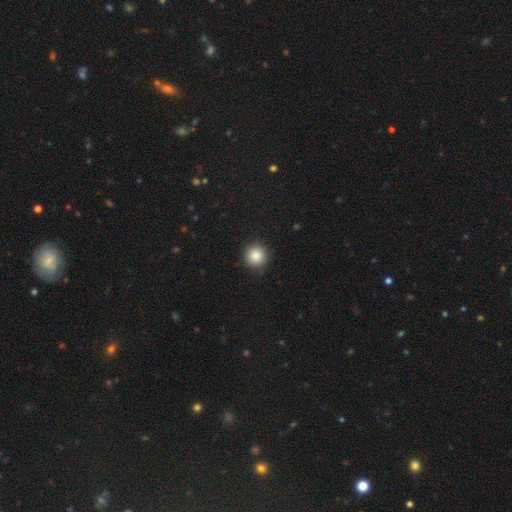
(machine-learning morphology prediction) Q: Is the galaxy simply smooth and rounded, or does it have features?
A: smooth — 87%.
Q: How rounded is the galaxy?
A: round — 94%.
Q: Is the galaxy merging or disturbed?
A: none — 91%.